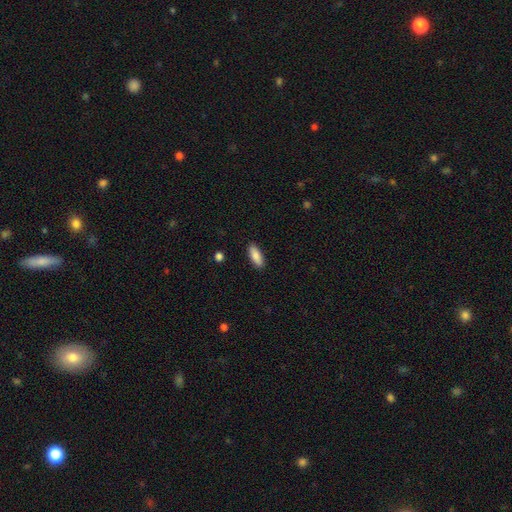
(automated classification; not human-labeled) Q: Smooth or featured?
A: smooth (87%); runner-up: featured or disk (7%)
Q: How rounded?
A: in between (70%); runner-up: cigar-shaped (28%)
Q: Merging?
A: none (89%); runner-up: minor disturbance (8%)